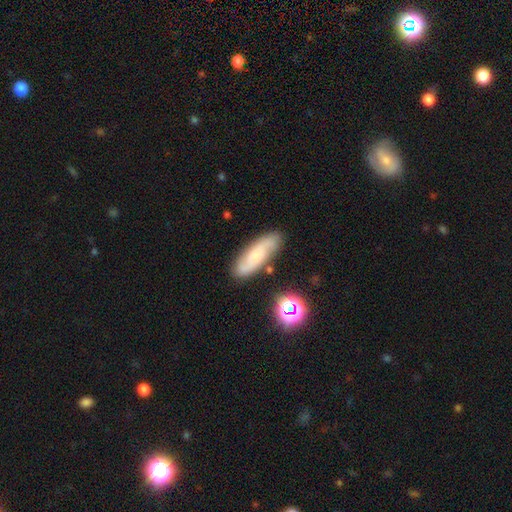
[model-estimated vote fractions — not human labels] smooth_or_featured: featured or disk (p=0.46) [alt: smooth p=0.43]
merging: none (p=0.78) [alt: minor disturbance p=0.14]